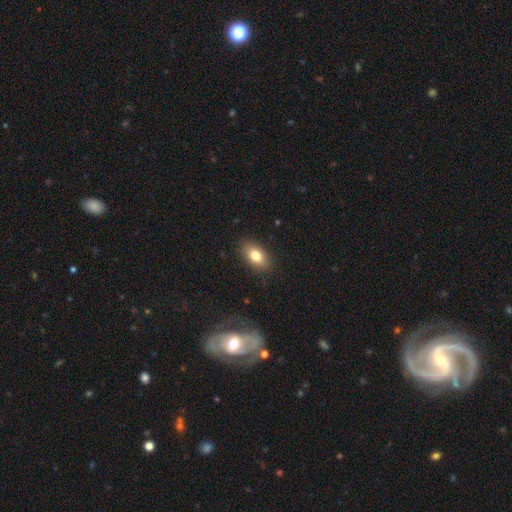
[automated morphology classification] Overall: smooth (80%). How rounded: in between (89%). Merging: none (87%).